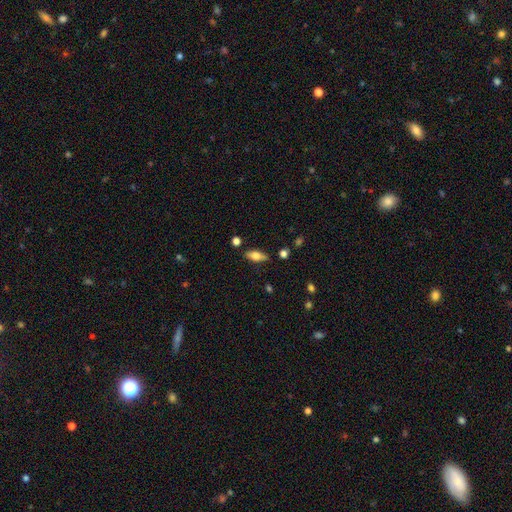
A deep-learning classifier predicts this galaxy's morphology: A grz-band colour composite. It shows a smooth galaxy with no disk features (64%) that is in between round and cigar-shaped (75%). Merging: none (80%).